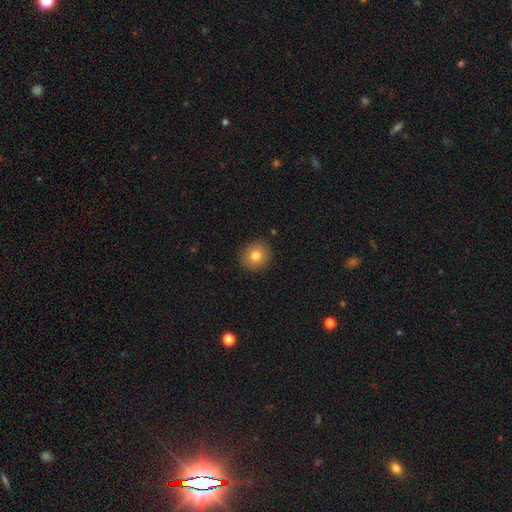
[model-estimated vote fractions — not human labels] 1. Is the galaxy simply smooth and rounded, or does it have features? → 79% smooth, 11% featured or disk, 10% star or artifact.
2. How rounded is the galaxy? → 80% round, 20% in between, 1% cigar-shaped.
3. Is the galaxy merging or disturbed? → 89% none, 8% minor disturbance, 2% major disturbance, 1% merger.